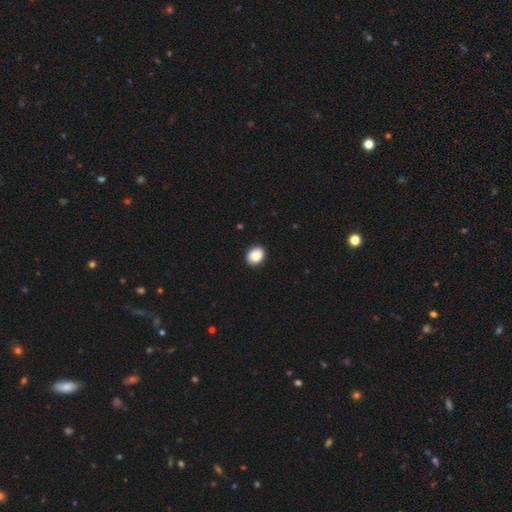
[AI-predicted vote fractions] Smooth or featured? smooth (89%)
How rounded? in between (50%)
Merging? none (88%)